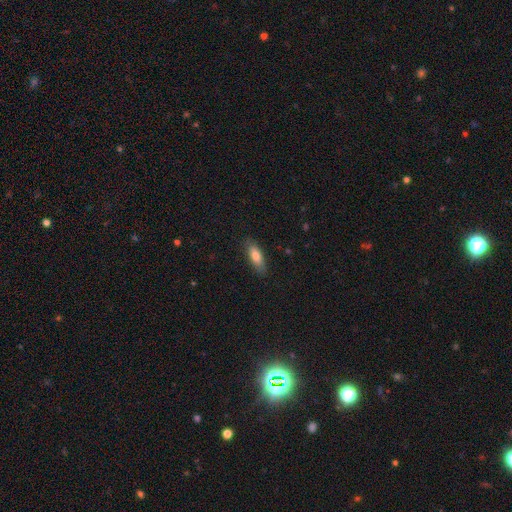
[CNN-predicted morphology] This is likely a smooth galaxy (77%). How rounded: likely in between (67%). Merging: clearly none (84%).